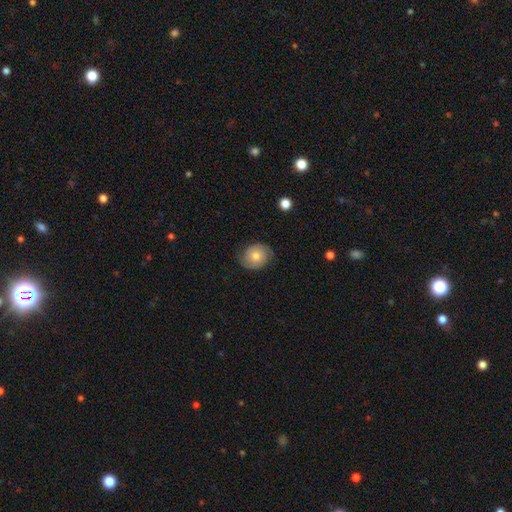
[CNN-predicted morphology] Smooth or featured: featured or disk — 52% (smooth — 40%)
Edge-on disk: no — 97% (yes — 3%)
Bar: no — 82% (weak — 15%)
Spiral arms: yes — 85% (no — 15%)
Bulge size: moderate — 67% (small — 23%)
Merging: none — 79% (minor disturbance — 16%)